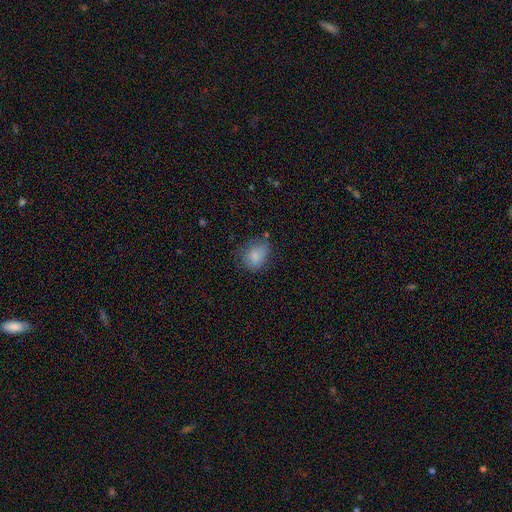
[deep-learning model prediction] A smooth galaxy with no disk features (80%) that is in between round and cigar-shaped (61%).

Vote fractions:
- Smooth or featured? smooth: 80% / featured or disk: 10% / star or artifact: 9%
- How rounded? in between: 61% / round: 38% / cigar-shaped: 1%
- Merging? none: 57% / minor disturbance: 30% / major disturbance: 10% / merger: 3%